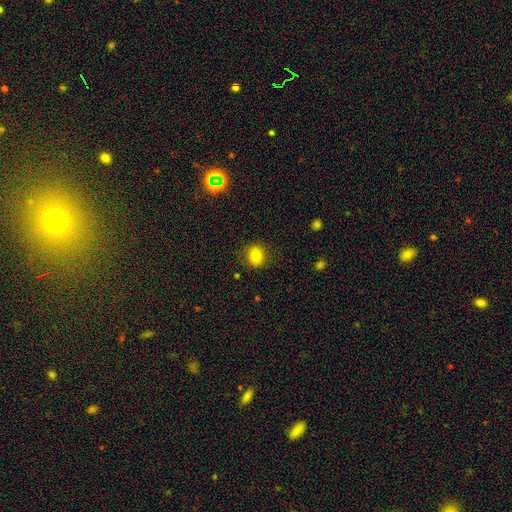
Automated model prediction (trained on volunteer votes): smooth-or-featured: smooth: 80% | star or artifact: 12% | featured or disk: 8%
  how-rounded: round: 70% | in between: 29% | cigar-shaped: 1%
  merging: none: 87% | minor disturbance: 10% | major disturbance: 3% | merger: 1%